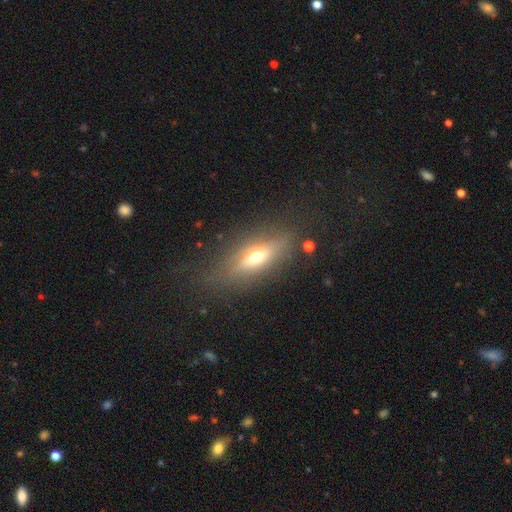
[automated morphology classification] This is possibly a featured or disk galaxy (45%). Merging: likely none (73%).